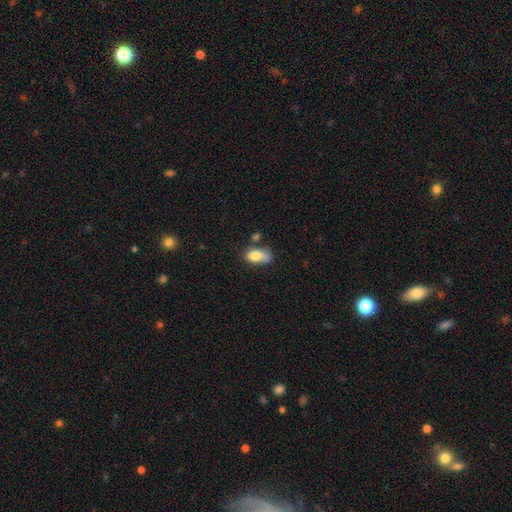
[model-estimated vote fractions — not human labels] Smooth or featured?
  - smooth: 79% *
  - featured or disk: 13%
  - star or artifact: 8%
How rounded?
  - in between: 88% *
  - round: 6%
  - cigar-shaped: 6%
Merging?
  - none: 38% *
  - minor disturbance: 32%
  - merger: 16%
  - major disturbance: 15%